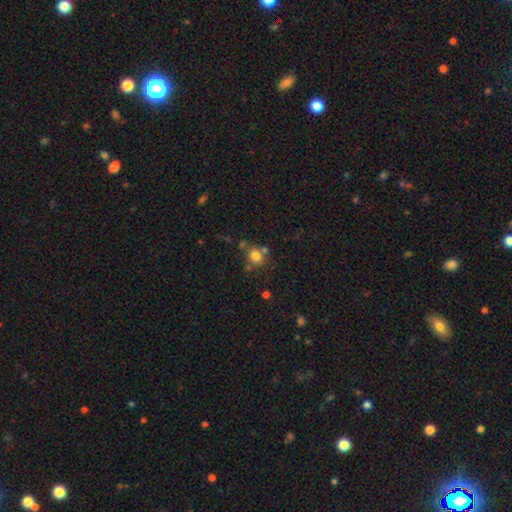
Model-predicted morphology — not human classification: Q: Smooth or featured?
A: smooth (77%); runner-up: star or artifact (14%)
Q: How rounded?
A: round (83%); runner-up: in between (16%)
Q: Merging?
A: none (65%); runner-up: merger (18%)